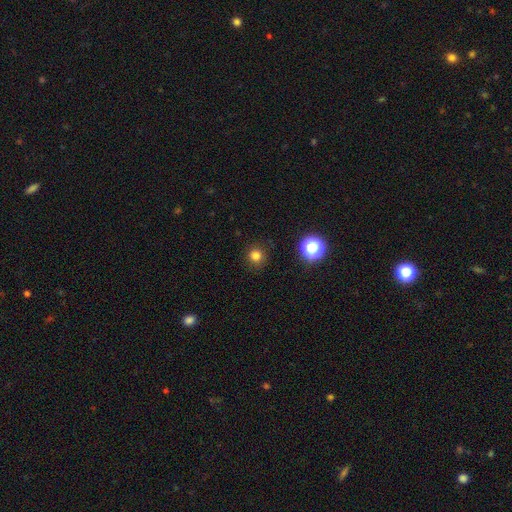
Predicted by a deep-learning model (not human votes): Q: Smooth or featured?
A: smooth (79%); runner-up: star or artifact (16%)
Q: How rounded?
A: round (94%); runner-up: in between (5%)
Q: Merging?
A: none (90%); runner-up: minor disturbance (6%)